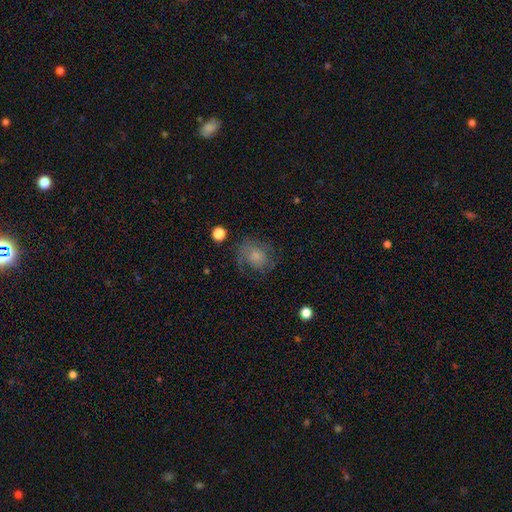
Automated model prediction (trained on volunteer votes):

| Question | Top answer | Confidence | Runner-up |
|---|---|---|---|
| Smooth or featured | smooth | 57% | featured or disk (32%) |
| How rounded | round | 61% | in between (38%) |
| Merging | none | 57% | minor disturbance (22%) |